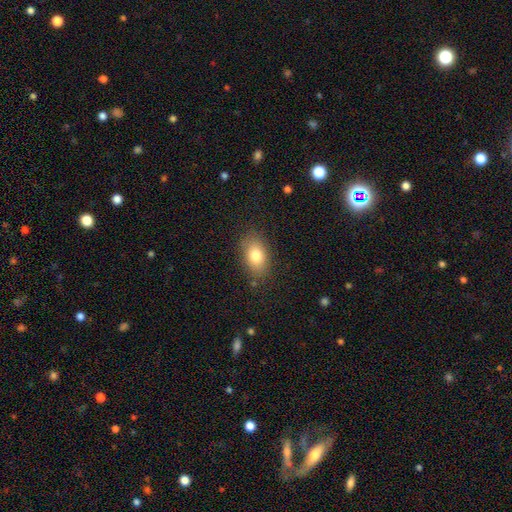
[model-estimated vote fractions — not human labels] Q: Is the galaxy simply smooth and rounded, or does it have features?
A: smooth — 80%.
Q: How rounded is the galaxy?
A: in between — 87%.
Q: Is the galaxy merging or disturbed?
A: none — 83%.